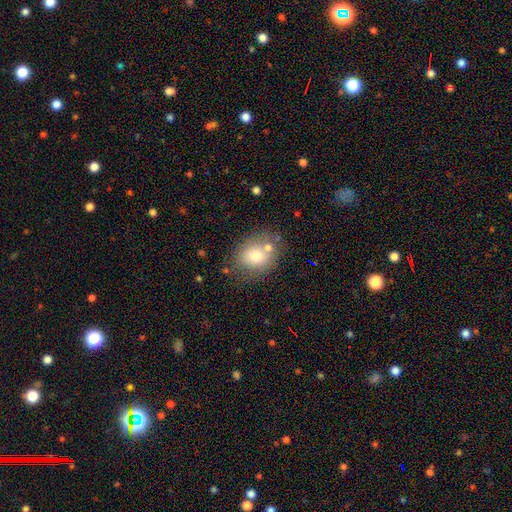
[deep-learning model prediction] smooth 71%, featured or disk 18%, star or artifact 11%. Down the decision tree: how rounded — round (53%); merging — none (62%).